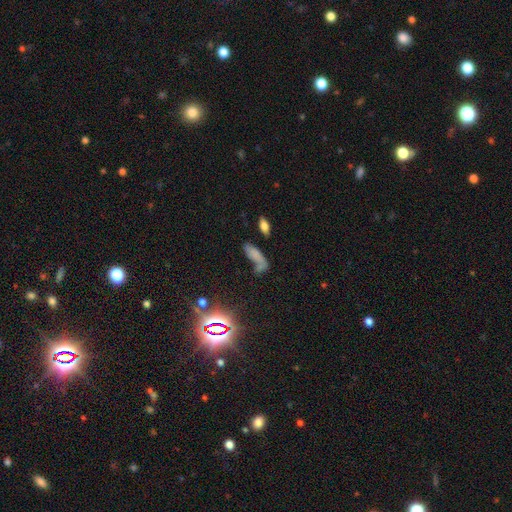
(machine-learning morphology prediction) type=smooth (60%); roundness=in between (59%); merging=none (41%).